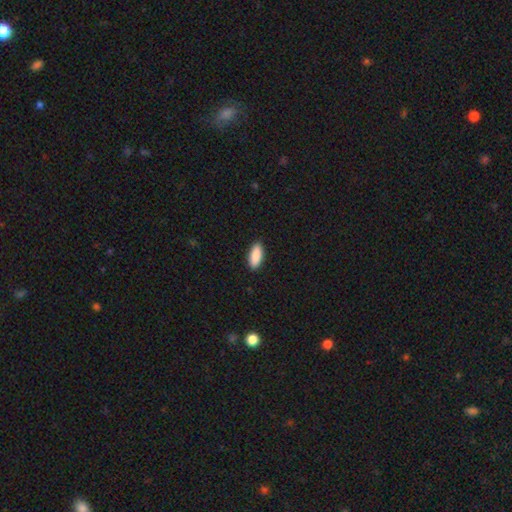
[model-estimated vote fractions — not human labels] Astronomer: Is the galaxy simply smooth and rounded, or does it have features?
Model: smooth — 90%.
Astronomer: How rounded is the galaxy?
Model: in between — 83%.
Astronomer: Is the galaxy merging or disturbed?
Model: none — 90%.